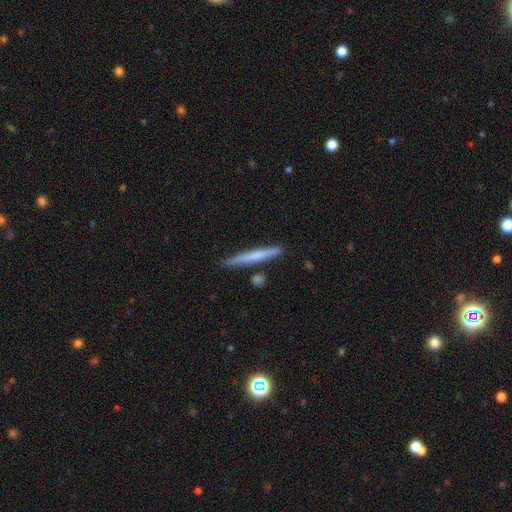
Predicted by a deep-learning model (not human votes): This is possibly a smooth galaxy (59%). How rounded: clearly cigar-shaped (96%). Merging: clearly none (85%).